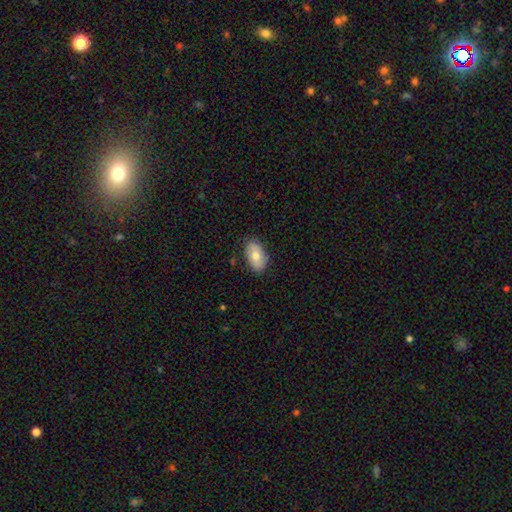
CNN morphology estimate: Q: Smooth or featured?
A: smooth (70%); runner-up: featured or disk (24%)
Q: How rounded?
A: in between (93%); runner-up: round (5%)
Q: Merging?
A: none (83%); runner-up: minor disturbance (14%)